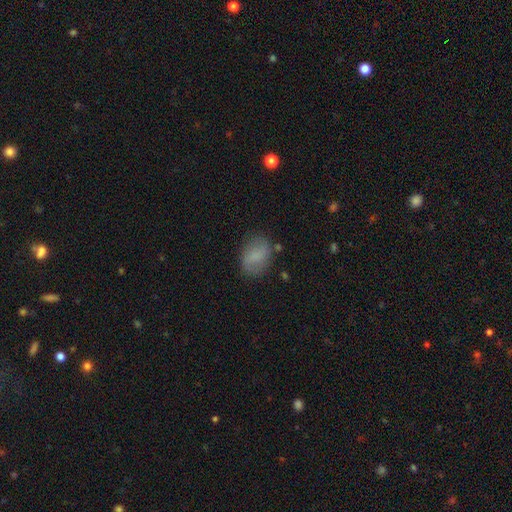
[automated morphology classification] This is likely a smooth galaxy (71%). How rounded: likely in between (76%). Merging: likely none (73%).